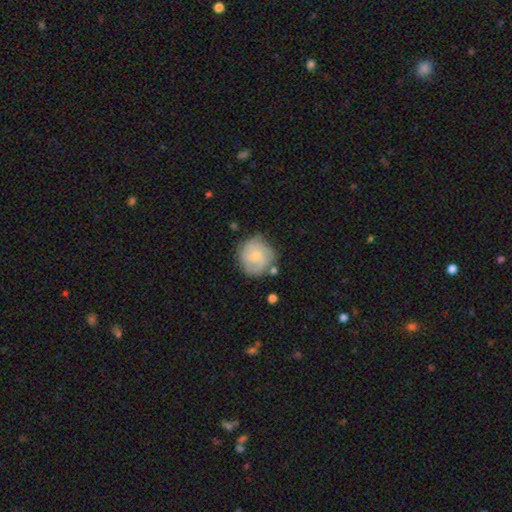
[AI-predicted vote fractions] Smooth or featured? Predicted: featured or disk (p=0.58). Edge-on disk? Predicted: no (p=0.98). Bar? Predicted: no (p=0.62). Spiral arms? Predicted: yes (p=0.81). Bulge size? Predicted: small (p=0.62). Merging? Predicted: none (p=0.64).